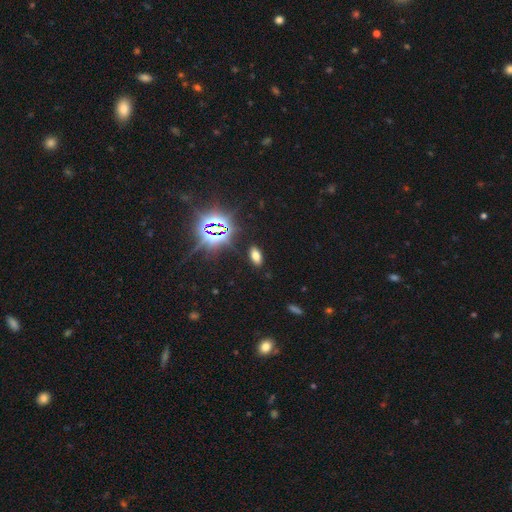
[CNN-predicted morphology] The model was most divided on "smooth or featured": smooth: 60%, star or artifact: 31%, featured or disk: 9%. More confident: merging — none (89%); how rounded — in between (89%).